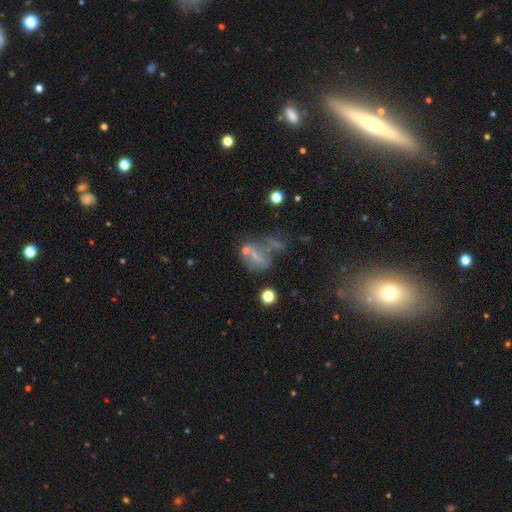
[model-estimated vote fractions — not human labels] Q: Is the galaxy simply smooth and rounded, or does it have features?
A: smooth — 42%.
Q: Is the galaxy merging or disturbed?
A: none — 37%.